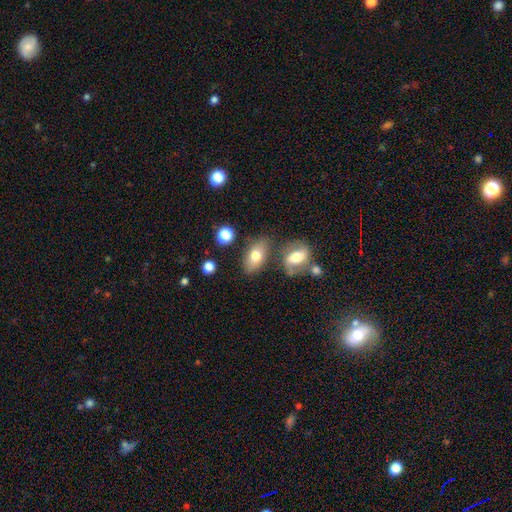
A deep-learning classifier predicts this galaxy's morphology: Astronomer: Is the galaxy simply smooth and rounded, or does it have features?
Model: smooth — 73%.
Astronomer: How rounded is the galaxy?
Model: in between — 88%.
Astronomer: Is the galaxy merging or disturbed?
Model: none — 69%.